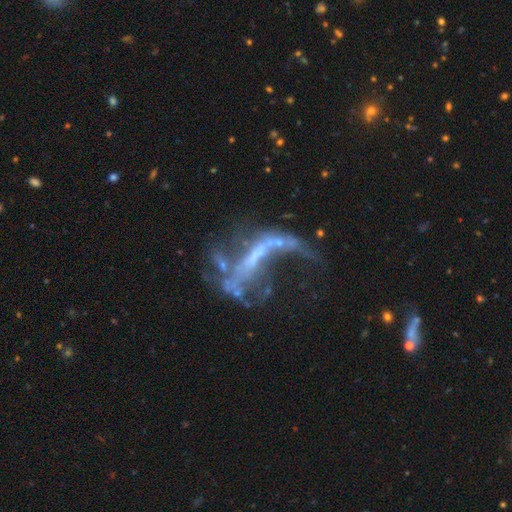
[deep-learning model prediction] The model was most divided on "spiral arms": yes: 51%, no: 49%. Remaining: edge-on disk — no (90%); smooth or featured — featured or disk (76%); bulge size — none (57%); merging — major disturbance (45%); bar — no (38%).